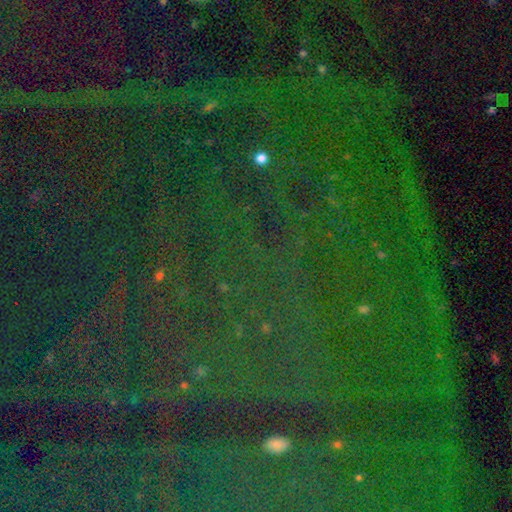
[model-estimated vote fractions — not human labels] The model was most divided on "smooth or featured": star or artifact: 83%, smooth: 10%, featured or disk: 8%.